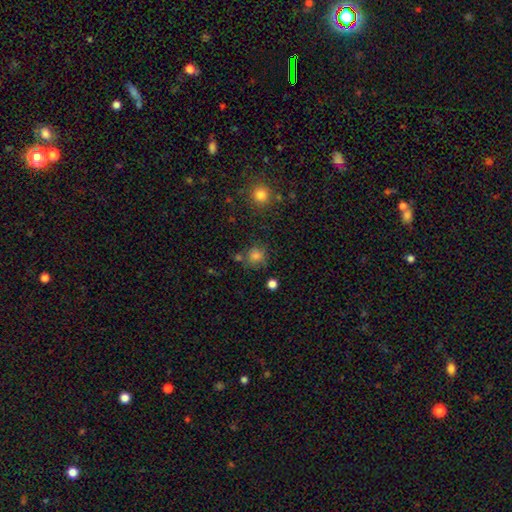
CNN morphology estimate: The model was most divided on "merging": none: 71%, minor disturbance: 15%, merger: 9%, major disturbance: 5%. More confident: how rounded — round (85%); smooth or featured — smooth (75%).